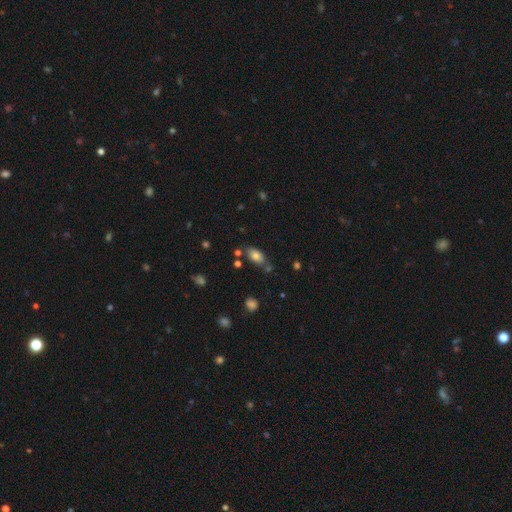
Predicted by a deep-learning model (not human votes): A smooth galaxy with no disk features (78%) that is in between round and cigar-shaped (90%). Merging: none (67%).